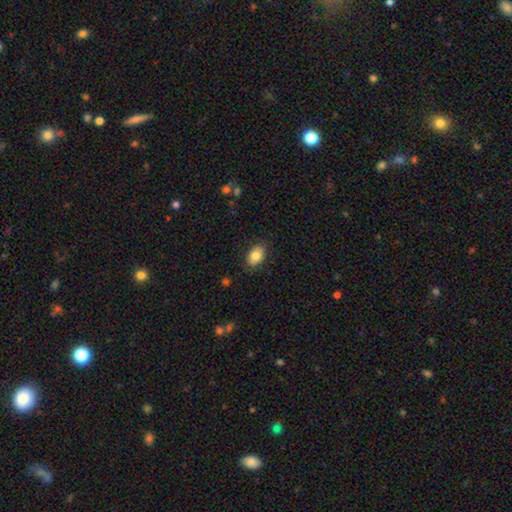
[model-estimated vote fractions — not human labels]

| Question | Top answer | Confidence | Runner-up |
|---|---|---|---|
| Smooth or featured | smooth | 82% | featured or disk (10%) |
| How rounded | in between | 83% | round (16%) |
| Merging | none | 85% | minor disturbance (11%) |